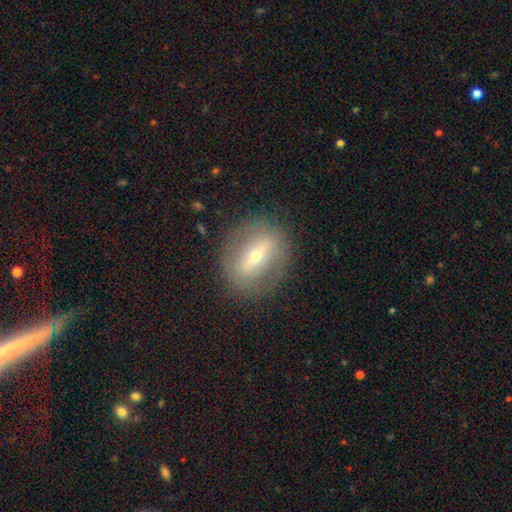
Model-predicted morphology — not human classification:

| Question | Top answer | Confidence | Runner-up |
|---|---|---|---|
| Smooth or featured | featured or disk | 59% | smooth (32%) |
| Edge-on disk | no | 70% | yes (30%) |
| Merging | none | 84% | minor disturbance (10%) |